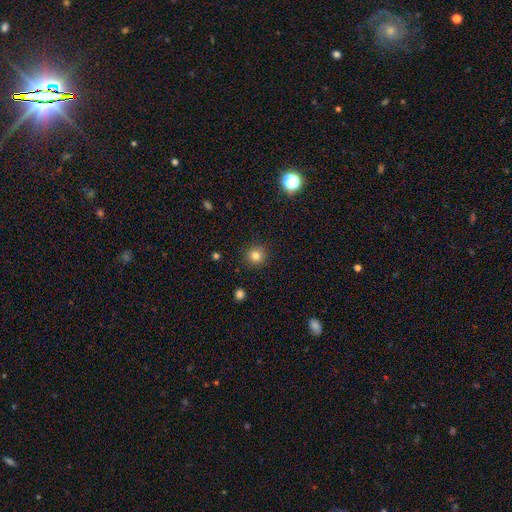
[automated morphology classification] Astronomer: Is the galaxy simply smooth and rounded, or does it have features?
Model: smooth — 81%.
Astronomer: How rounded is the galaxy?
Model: round — 93%.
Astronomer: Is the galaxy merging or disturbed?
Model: none — 91%.